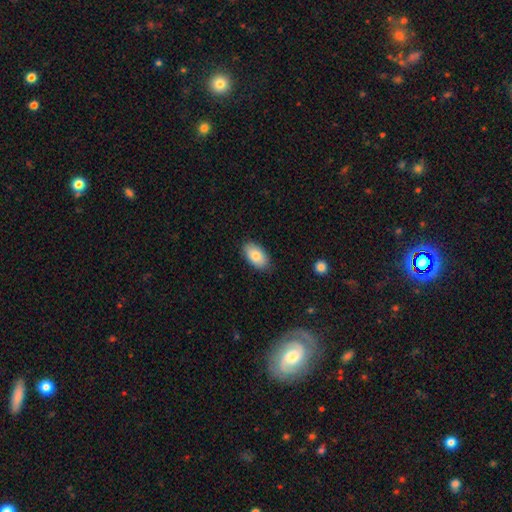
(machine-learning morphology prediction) A smooth galaxy with no disk features (84%) that is in between round and cigar-shaped (94%).

Vote fractions:
- Smooth or featured? smooth: 84% / featured or disk: 9% / star or artifact: 6%
- How rounded? in between: 94% / round: 4% / cigar-shaped: 2%
- Merging? none: 86% / minor disturbance: 11% / major disturbance: 2% / merger: 1%